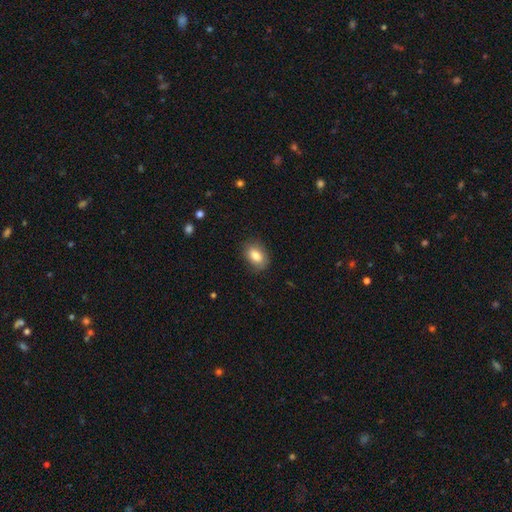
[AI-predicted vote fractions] This is clearly a smooth galaxy (84%). How rounded: clearly in between (80%). Merging: clearly none (83%).